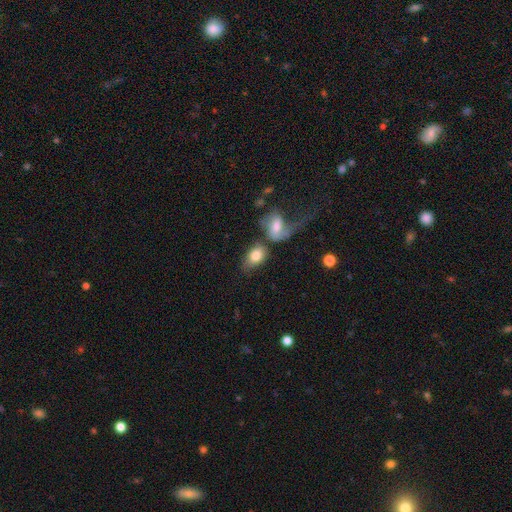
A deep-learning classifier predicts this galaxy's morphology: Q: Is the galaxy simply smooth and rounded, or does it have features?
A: smooth — 77%.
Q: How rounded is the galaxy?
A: in between — 84%.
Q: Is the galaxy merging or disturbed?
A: merger — 37%.